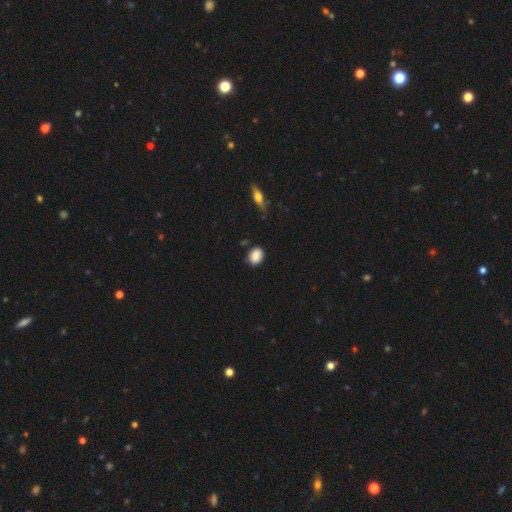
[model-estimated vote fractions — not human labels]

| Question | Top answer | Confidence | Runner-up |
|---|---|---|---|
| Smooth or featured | smooth | 87% | star or artifact (8%) |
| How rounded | in between | 61% | round (38%) |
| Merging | none | 83% | minor disturbance (13%) |